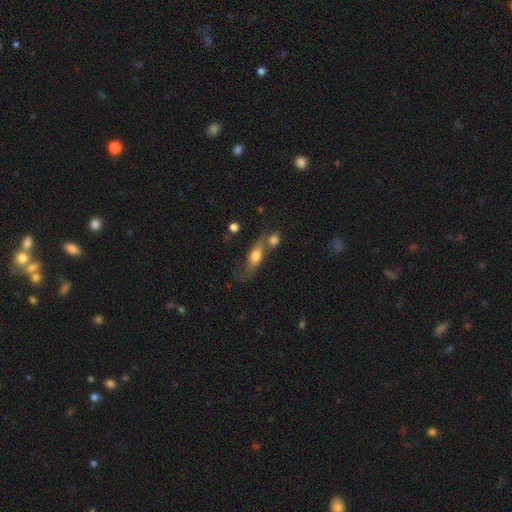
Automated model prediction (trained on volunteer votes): A smooth galaxy with no disk features (59%) that is in between round and cigar-shaped (61%). Merging: none (43%).